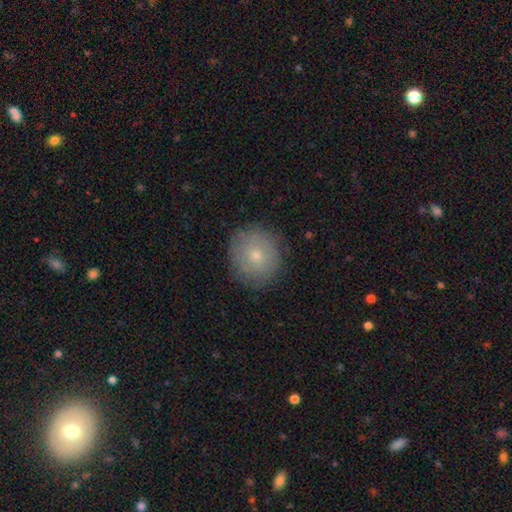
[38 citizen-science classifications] Q: Smooth or featured?
A: smooth (58%); runner-up: featured or disk (34%)
Q: How rounded?
A: round (95%); runner-up: in between (5%)
Q: Merging?
A: none (83%); runner-up: minor disturbance (11%)